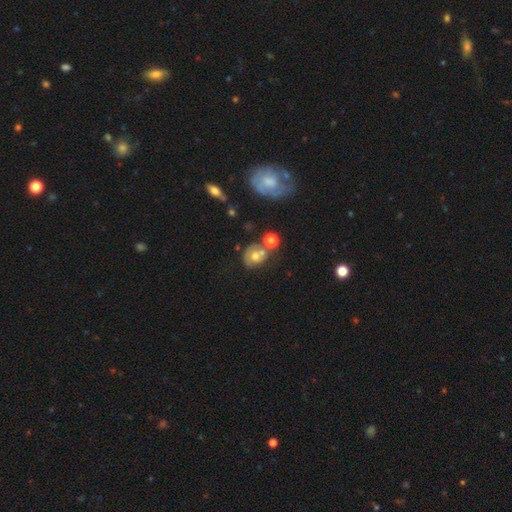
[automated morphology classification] Q: Smooth or featured?
A: smooth (48%); runner-up: featured or disk (39%)
Q: Merging?
A: none (40%); runner-up: merger (32%)